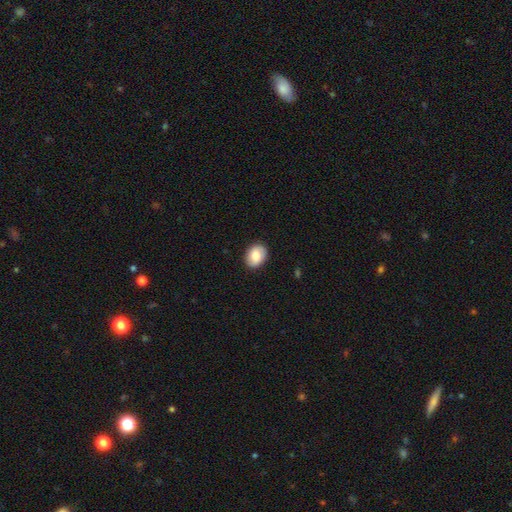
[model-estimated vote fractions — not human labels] This appears to be a smooth galaxy with no disk features (79%) that is in between round and cigar-shaped (68%). Merging: none (88%).